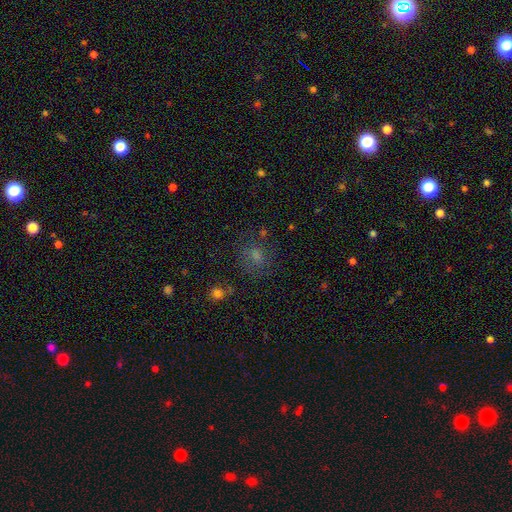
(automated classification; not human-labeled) Q: Smooth or featured?
A: smooth (62%); runner-up: star or artifact (22%)
Q: How rounded?
A: round (65%); runner-up: in between (33%)
Q: Merging?
A: none (65%); runner-up: minor disturbance (18%)